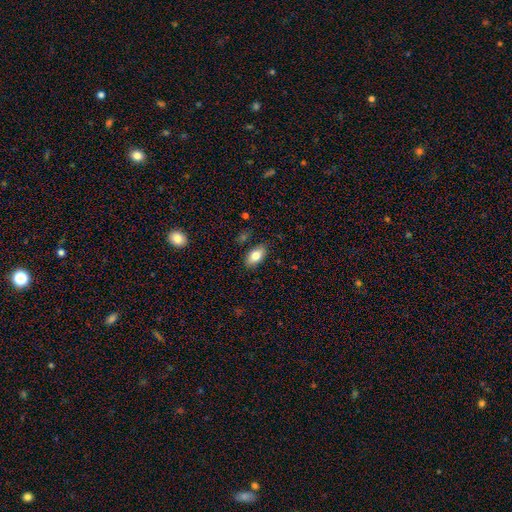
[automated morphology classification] type=smooth (79%); roundness=in between (91%); merging=none (84%).